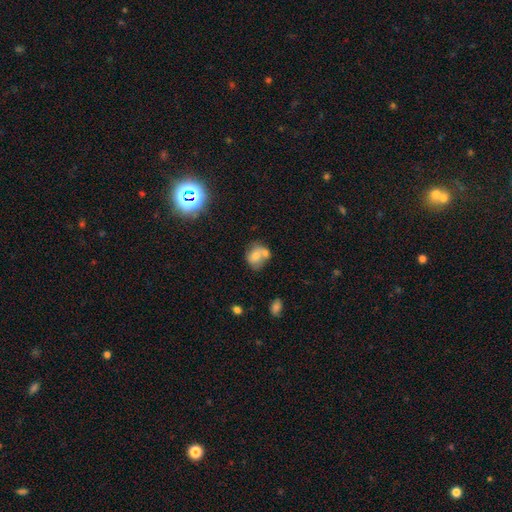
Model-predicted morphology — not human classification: Smooth or featured? Predicted: smooth (p=0.66). How rounded? Predicted: round (p=0.52). Merging? Predicted: merger (p=0.49).